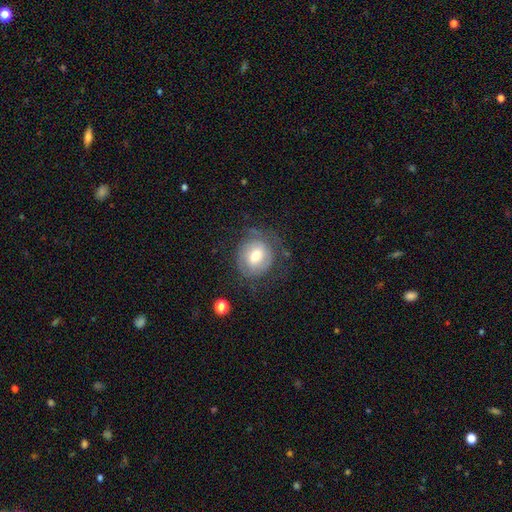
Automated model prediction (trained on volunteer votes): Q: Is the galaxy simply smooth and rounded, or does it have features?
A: featured or disk — 47%.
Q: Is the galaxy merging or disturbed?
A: none — 59%.